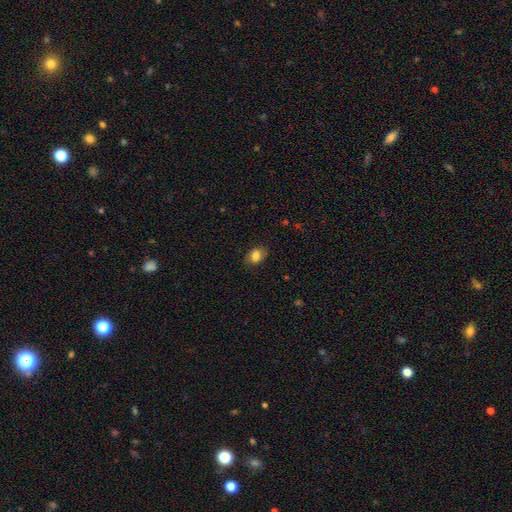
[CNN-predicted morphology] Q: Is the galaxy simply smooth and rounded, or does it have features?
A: smooth — 82%.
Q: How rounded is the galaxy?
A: in between — 67%.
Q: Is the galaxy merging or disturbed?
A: none — 78%.